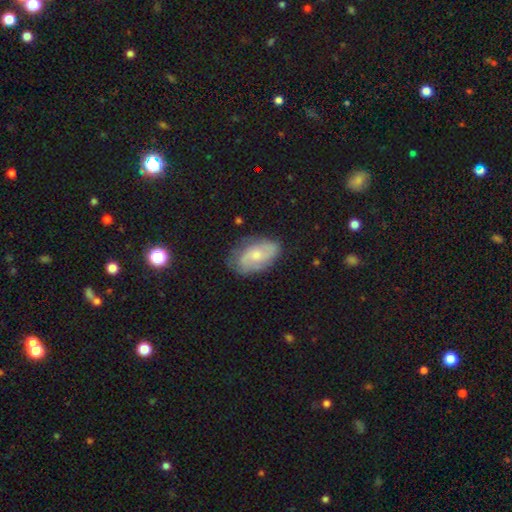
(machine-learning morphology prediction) smooth_or_featured: featured or disk (p=0.63) [alt: smooth p=0.31]
disk_edge_on: no (p=0.95) [alt: yes p=0.05]
bar: no (p=0.66) [alt: weak p=0.30]
has_spiral_arms: yes (p=0.85) [alt: no p=0.15]
spiral_winding: medium (p=0.43) [alt: tight p=0.38]
spiral_arm_count: 2 (p=0.60) [alt: can't tell p=0.25]
bulge_size: moderate (p=0.48) [alt: small p=0.44]
merging: none (p=0.69) [alt: minor disturbance p=0.23]